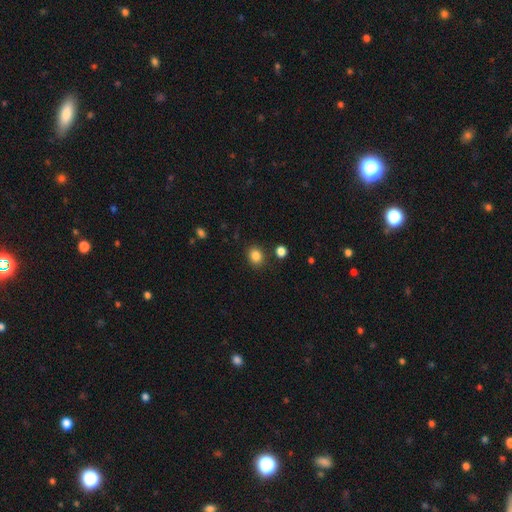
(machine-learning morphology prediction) type=smooth (85%); roundness=round (60%); merging=none (84%).